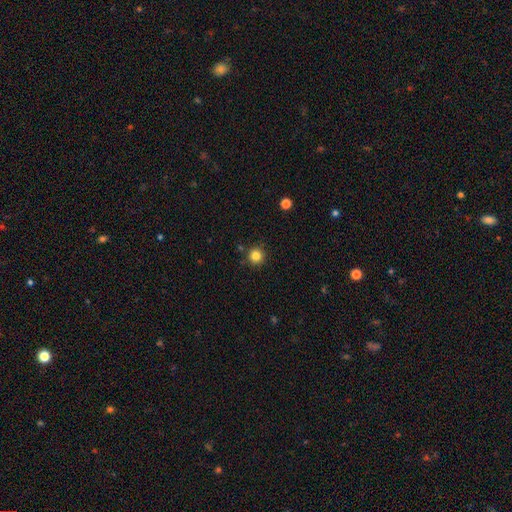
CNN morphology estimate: Overall: smooth (84%). How rounded: round (95%). Merging: none (89%).